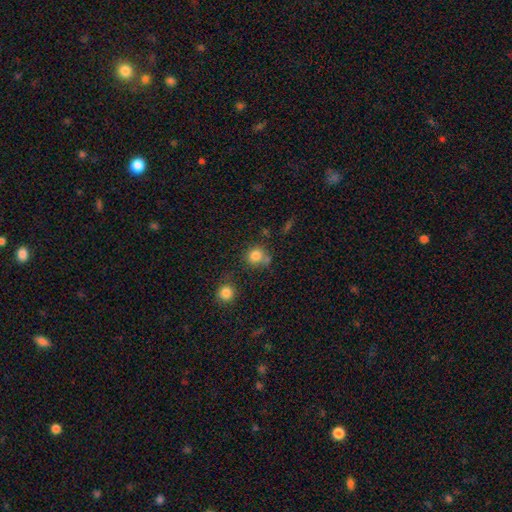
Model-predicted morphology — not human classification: The model was most divided on "merging": none: 60%, minor disturbance: 17%, merger: 16%, major disturbance: 6%. More confident: how rounded — round (83%); smooth or featured — smooth (81%).